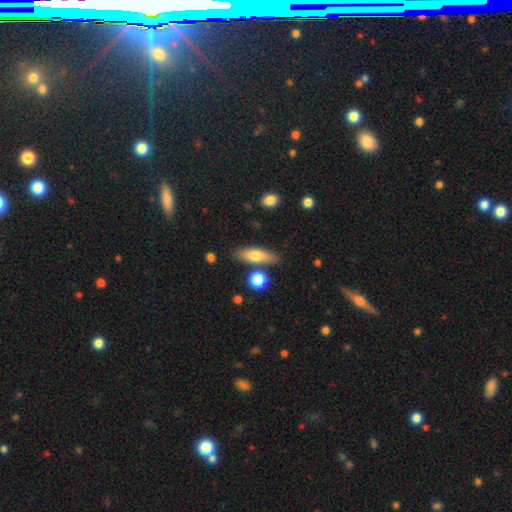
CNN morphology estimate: A smooth galaxy with no disk features (69%) that is in between round and cigar-shaped (48%).

Vote fractions:
- Smooth or featured? smooth: 69% / featured or disk: 25% / star or artifact: 7%
- How rounded? in between: 48% / cigar-shaped: 46% / round: 6%
- Merging? none: 77% / minor disturbance: 12% / merger: 8% / major disturbance: 3%